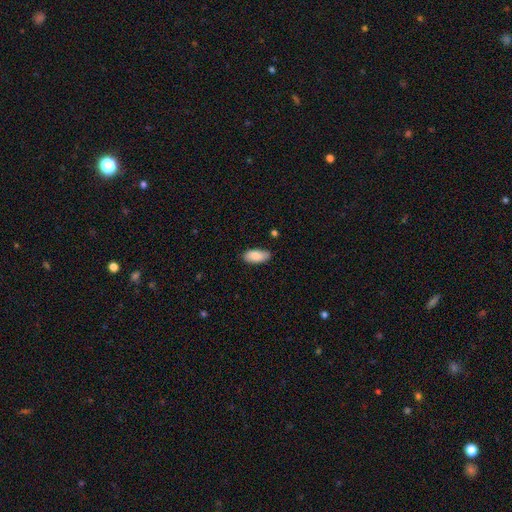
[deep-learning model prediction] smooth-or-featured: smooth: 86% | featured or disk: 7% | star or artifact: 6%
  how-rounded: in between: 91% | cigar-shaped: 7% | round: 2%
  merging: none: 81% | minor disturbance: 15% | major disturbance: 2% | merger: 1%